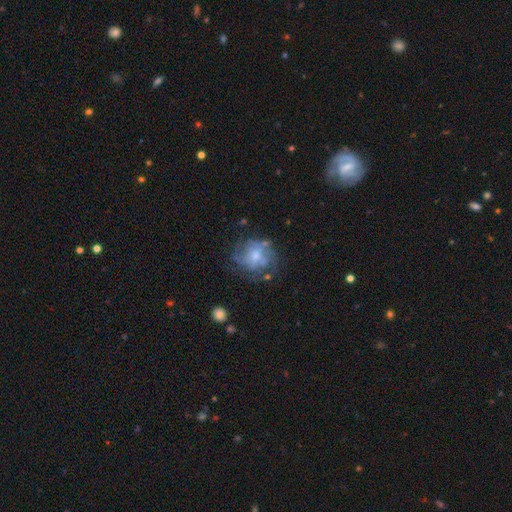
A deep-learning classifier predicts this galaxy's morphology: featured or disk 63%, smooth 28%, star or artifact 9%. Down the decision tree: edge-on disk — no (98%); bar — no (77%); spiral arms — yes (60%); bulge size — moderate (46%); merging — none (57%).